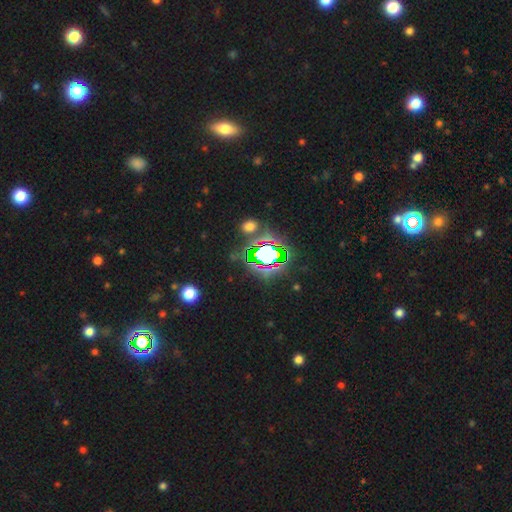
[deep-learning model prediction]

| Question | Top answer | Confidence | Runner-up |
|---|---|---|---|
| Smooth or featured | star or artifact | 74% | smooth (15%) |